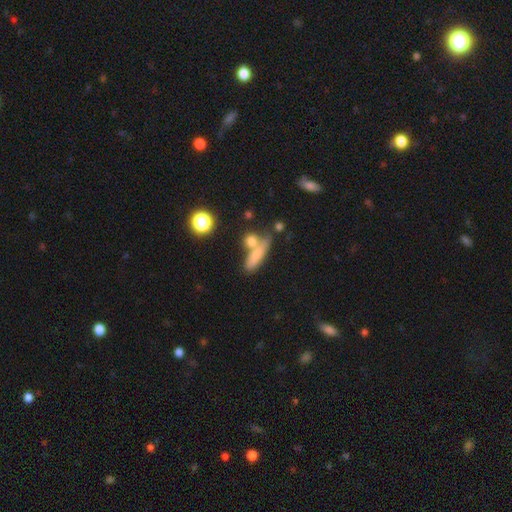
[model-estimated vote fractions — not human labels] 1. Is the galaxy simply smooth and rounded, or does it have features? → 73% smooth, 16% featured or disk, 10% star or artifact.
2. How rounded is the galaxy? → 55% cigar-shaped, 37% in between, 9% round.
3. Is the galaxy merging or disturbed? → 48% none, 30% merger, 15% minor disturbance, 7% major disturbance.